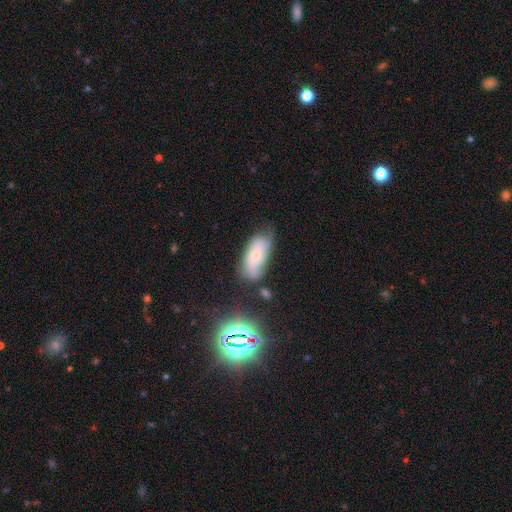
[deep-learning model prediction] This is possibly a smooth galaxy (46%). Merging: possibly none (52%).